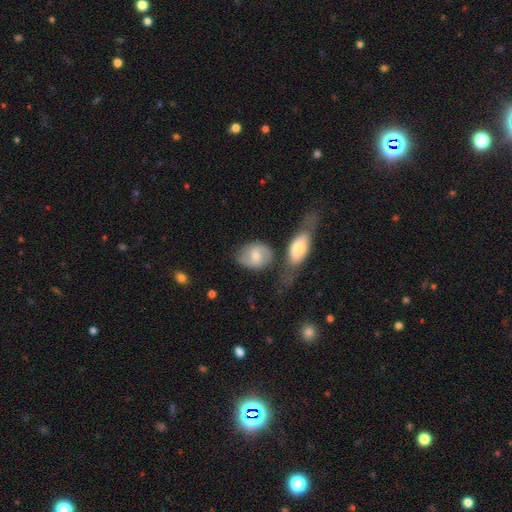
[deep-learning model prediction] A smooth galaxy with no disk features (62%) that is in between round and cigar-shaped (63%).

Vote fractions:
- Smooth or featured? smooth: 62% / featured or disk: 32% / star or artifact: 6%
- How rounded? in between: 63% / round: 35% / cigar-shaped: 2%
- Merging? none: 58% / minor disturbance: 18% / merger: 16% / major disturbance: 7%